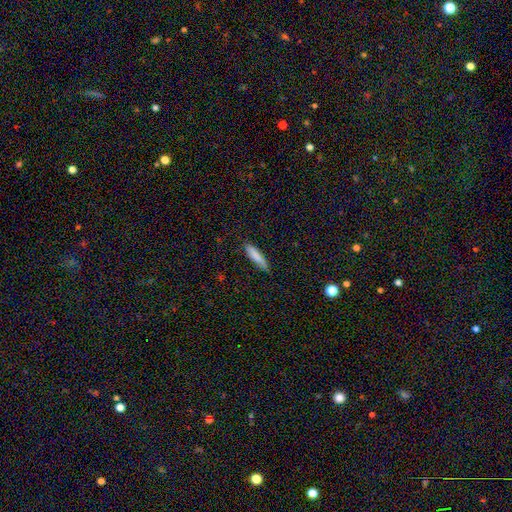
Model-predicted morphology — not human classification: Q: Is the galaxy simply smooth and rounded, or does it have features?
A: smooth — 83%.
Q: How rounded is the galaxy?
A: cigar-shaped — 76%.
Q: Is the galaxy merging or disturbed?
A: none — 77%.